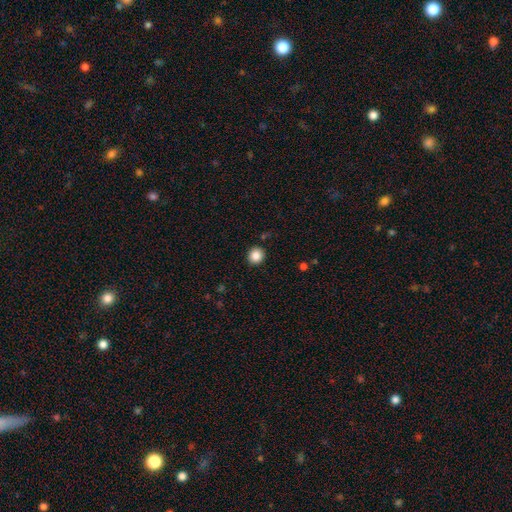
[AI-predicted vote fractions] Smooth or featured? Predicted: smooth (p=0.86). How rounded? Predicted: round (p=0.91). Merging? Predicted: none (p=0.91).